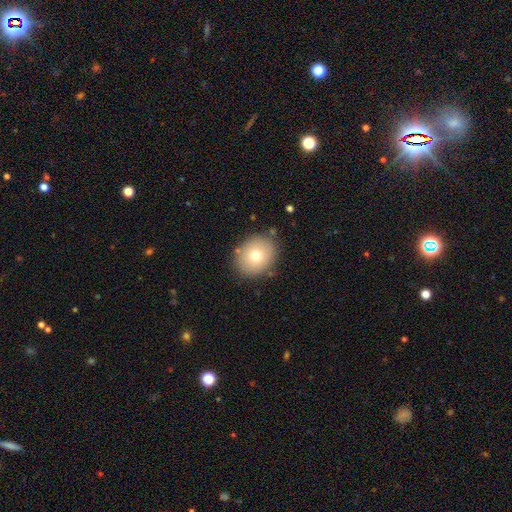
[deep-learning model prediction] Smooth or featured: smooth — 72% (featured or disk — 17%)
How rounded: round — 67% (in between — 33%)
Merging: none — 84% (minor disturbance — 10%)